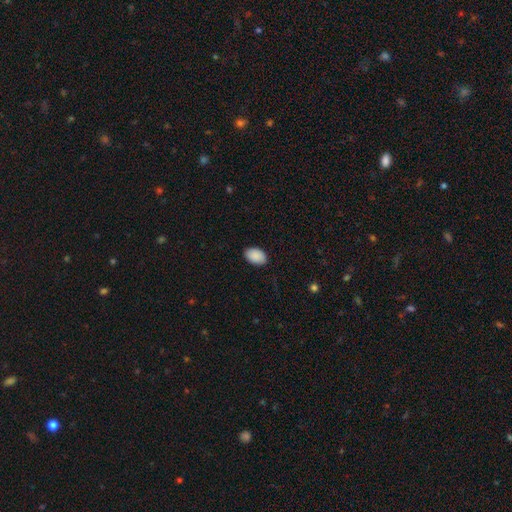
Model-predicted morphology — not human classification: This is clearly a smooth galaxy (91%). How rounded: clearly in between (88%). Merging: clearly none (89%).